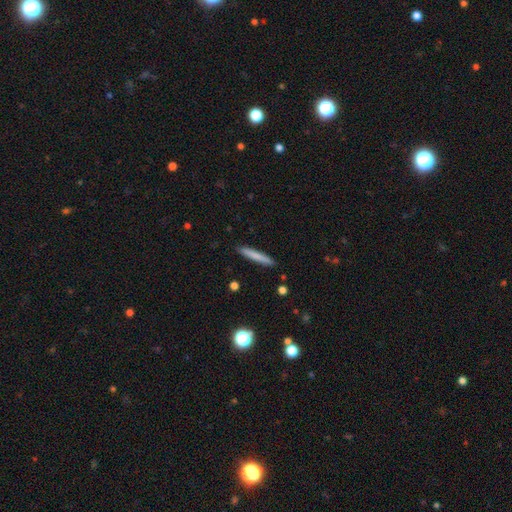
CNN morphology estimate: smooth 78%, featured or disk 16%, star or artifact 6%. Down the decision tree: how rounded — cigar-shaped (94%); merging — none (90%).